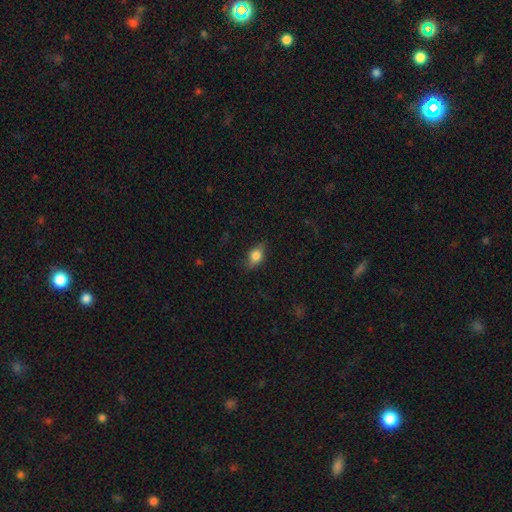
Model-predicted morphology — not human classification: smooth 75%, featured or disk 16%, star or artifact 9%. Down the decision tree: how rounded — in between (79%); merging — none (75%).